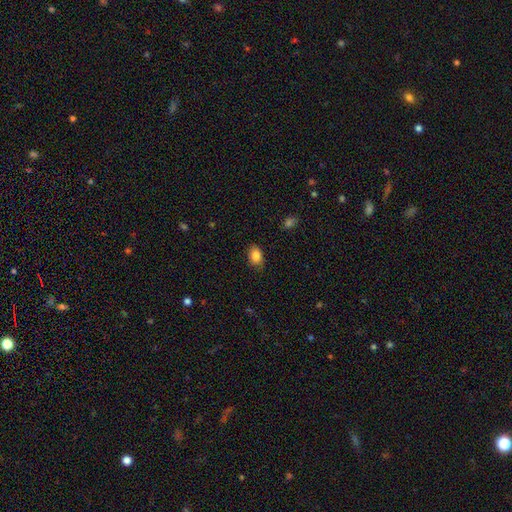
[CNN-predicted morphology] Smooth or featured?
  - smooth: 86% *
  - star or artifact: 8%
  - featured or disk: 6%
How rounded?
  - in between: 82% *
  - round: 17%
  - cigar-shaped: 1%
Merging?
  - none: 81% *
  - minor disturbance: 15%
  - major disturbance: 3%
  - merger: 1%